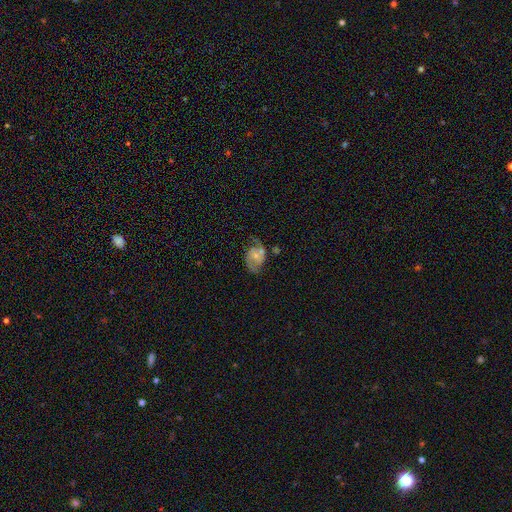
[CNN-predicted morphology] Smooth or featured?
  - featured or disk: 75% *
  - smooth: 18%
  - star or artifact: 8%
Edge-on disk?
  - no: 97% *
  - yes: 3%
Bar?
  - no: 64% *
  - weak: 30%
  - strong: 6%
Spiral arms?
  - yes: 90% *
  - no: 10%
Spiral winding?
  - medium: 48% *
  - loose: 29%
  - tight: 23%
Spiral arm count?
  - 2: 85% *
  - can't tell: 7%
  - 1: 4%
  - 3: 1%
  - 4: 1%
  - more than 4: 1%
Bulge size?
  - small: 53% *
  - moderate: 37%
  - none: 6%
  - large: 3%
  - dominant: 1%
Merging?
  - none: 53% *
  - minor disturbance: 21%
  - major disturbance: 14%
  - merger: 12%